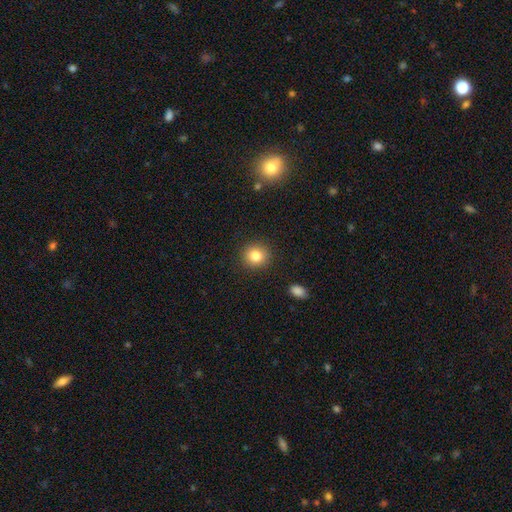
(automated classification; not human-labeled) A smooth galaxy with no disk features (82%) that is round (87%).

Vote fractions:
- Smooth or featured? smooth: 82% / star or artifact: 11% / featured or disk: 8%
- How rounded? round: 87% / in between: 12% / cigar-shaped: 1%
- Merging? none: 90% / minor disturbance: 7% / major disturbance: 2% / merger: 1%